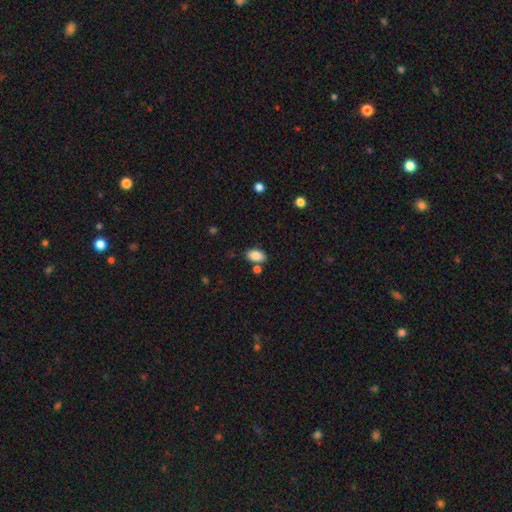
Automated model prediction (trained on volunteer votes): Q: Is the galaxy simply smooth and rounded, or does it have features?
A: smooth — 86%.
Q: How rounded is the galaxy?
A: in between — 91%.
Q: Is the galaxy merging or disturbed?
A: none — 73%.